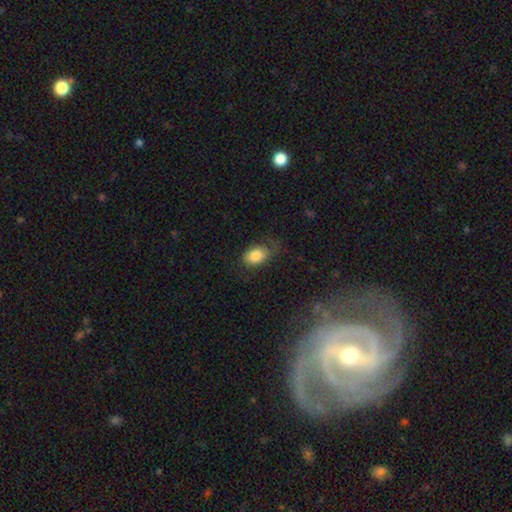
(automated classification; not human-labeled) smooth-or-featured: smooth: 81% | featured or disk: 11% | star or artifact: 7%
  how-rounded: in between: 87% | round: 12% | cigar-shaped: 1%
  merging: none: 59% | minor disturbance: 26% | major disturbance: 13% | merger: 2%